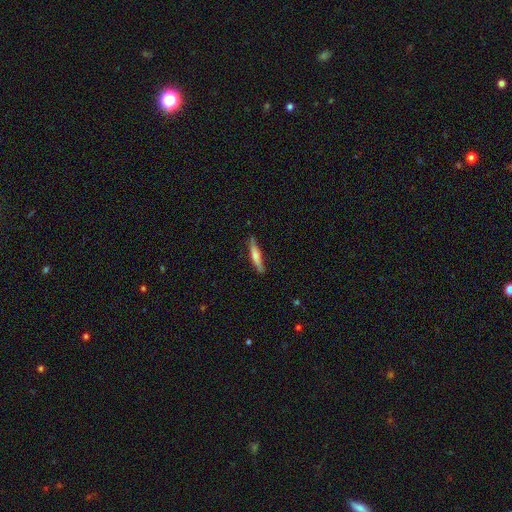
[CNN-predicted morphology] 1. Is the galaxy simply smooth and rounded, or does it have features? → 62% smooth, 33% featured or disk, 6% star or artifact.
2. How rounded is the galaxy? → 90% cigar-shaped, 9% in between, 1% round.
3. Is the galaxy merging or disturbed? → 83% none, 13% minor disturbance, 2% major disturbance, 1% merger.